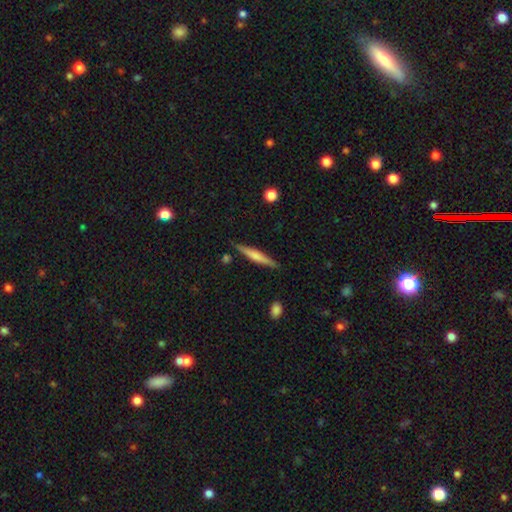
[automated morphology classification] Smooth or featured?
  - featured or disk: 49% *
  - smooth: 45%
  - star or artifact: 6%
Merging?
  - none: 87% *
  - minor disturbance: 9%
  - merger: 2%
  - major disturbance: 2%